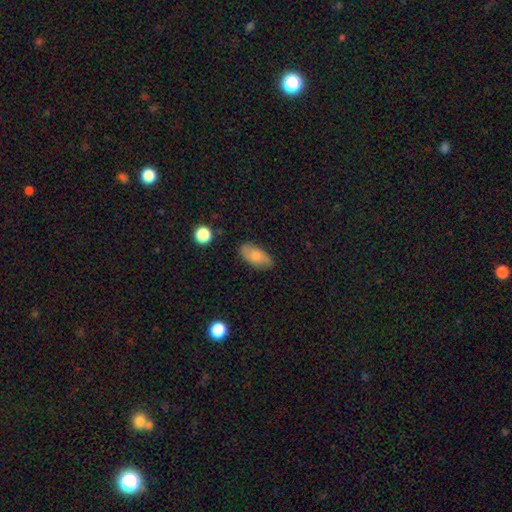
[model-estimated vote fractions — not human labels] Smooth or featured: smooth — 72% (featured or disk — 20%)
How rounded: in between — 91% (cigar-shaped — 5%)
Merging: none — 79% (minor disturbance — 16%)